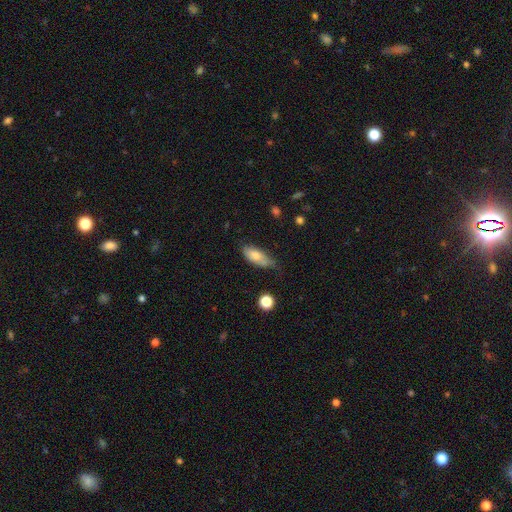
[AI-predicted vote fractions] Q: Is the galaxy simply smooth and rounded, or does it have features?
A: smooth — 76%.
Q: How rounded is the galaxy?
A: in between — 78%.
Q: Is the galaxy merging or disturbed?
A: none — 43%.